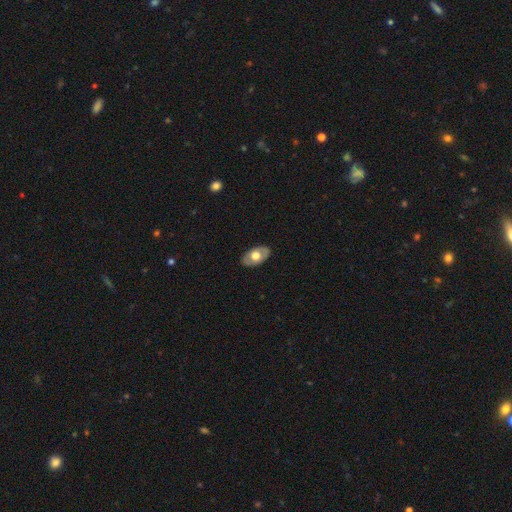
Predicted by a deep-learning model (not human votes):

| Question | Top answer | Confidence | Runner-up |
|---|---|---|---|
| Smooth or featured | smooth | 51% | featured or disk (44%) |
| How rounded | in between | 90% | round (8%) |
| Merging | none | 85% | minor disturbance (11%) |